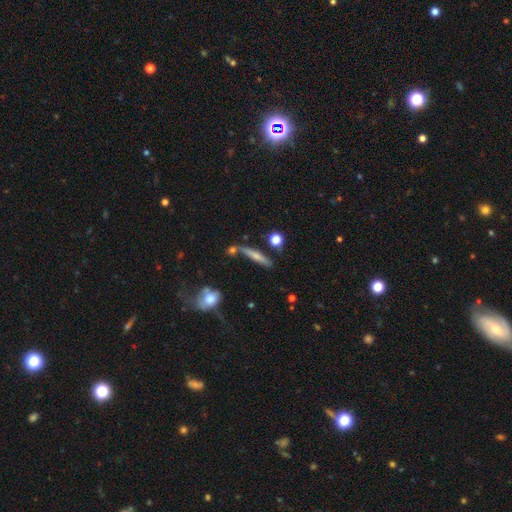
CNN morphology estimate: type=smooth (52%); roundness=cigar-shaped (87%); merging=none (65%).